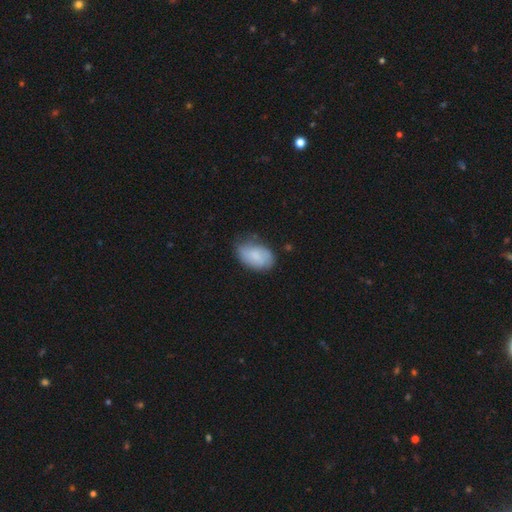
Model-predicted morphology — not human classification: type=smooth (73%); roundness=in between (90%); merging=none (62%).